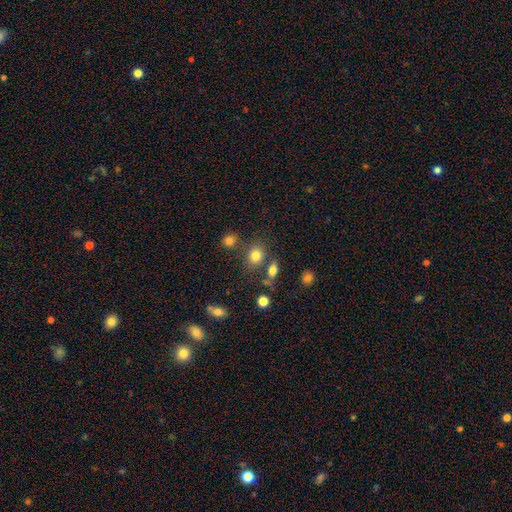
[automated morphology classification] type=smooth (79%); roundness=round (56%); merging=none (68%).